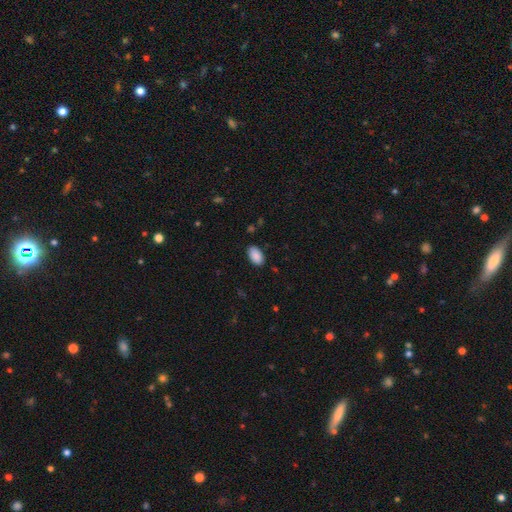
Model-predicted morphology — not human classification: Smooth or featured?
  - smooth: 89% *
  - star or artifact: 7%
  - featured or disk: 4%
How rounded?
  - in between: 95% *
  - round: 4%
  - cigar-shaped: 2%
Merging?
  - none: 87% *
  - minor disturbance: 10%
  - major disturbance: 2%
  - merger: 1%